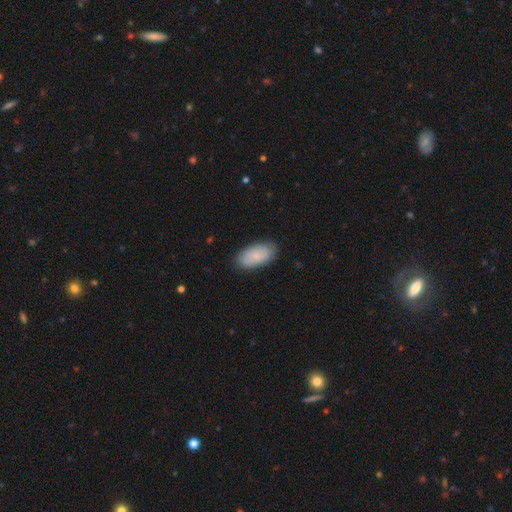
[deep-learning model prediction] This is clearly a smooth galaxy (81%). How rounded: clearly in between (94%). Merging: clearly none (82%).